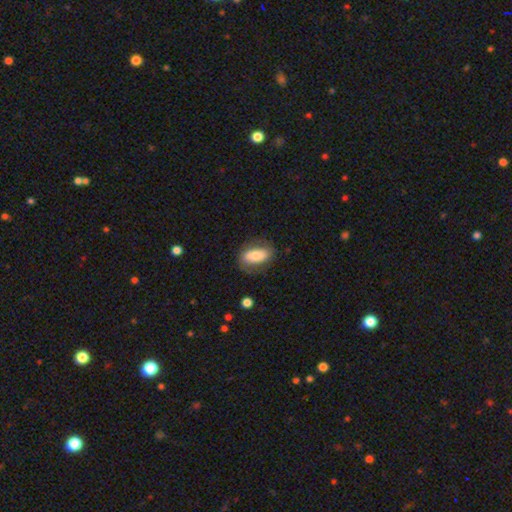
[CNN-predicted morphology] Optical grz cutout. It shows a smooth galaxy with no disk features (71%) that is in between round and cigar-shaped (87%). Merging: none (74%).